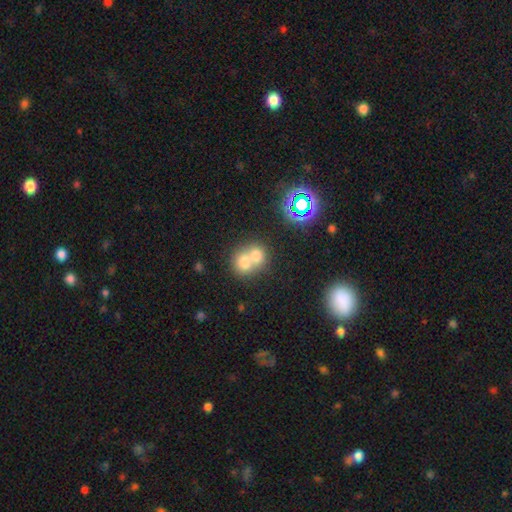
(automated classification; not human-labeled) Overall: smooth (69%). How rounded: round (70%). Merging: merger (70%).